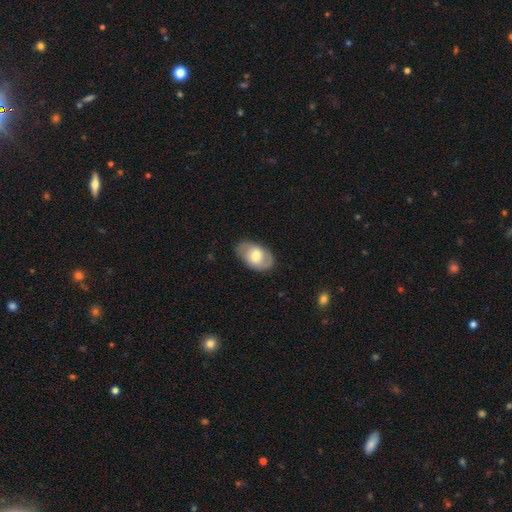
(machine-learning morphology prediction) Smooth or featured? Predicted: smooth (p=0.48). Merging? Predicted: none (p=0.79).